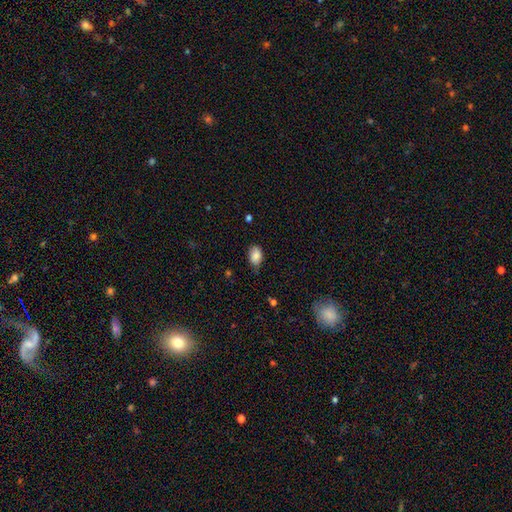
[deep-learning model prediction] A smooth galaxy with no disk features (86%) that is in between round and cigar-shaped (83%). Merging: none (65%).